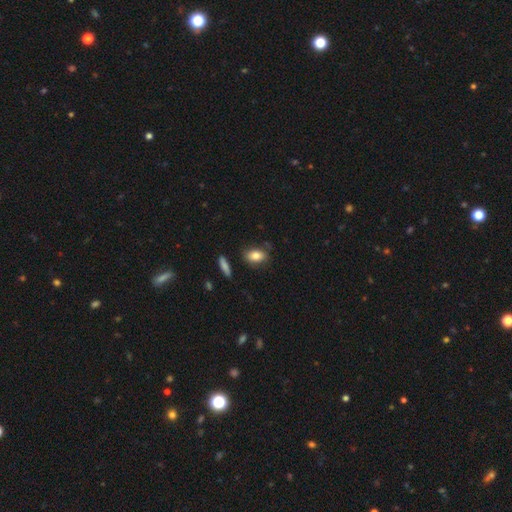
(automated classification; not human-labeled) smooth-or-featured: smooth: 82% | featured or disk: 10% | star or artifact: 8%
  how-rounded: in between: 86% | round: 9% | cigar-shaped: 4%
  merging: none: 77% | minor disturbance: 16% | major disturbance: 4% | merger: 3%